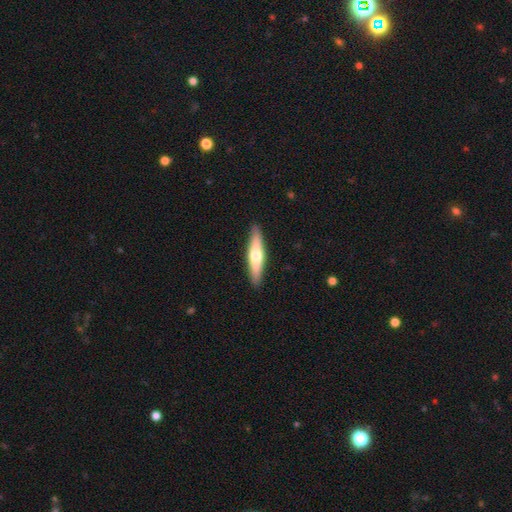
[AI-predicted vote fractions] Smooth or featured: smooth — 48% (featured or disk — 47%)
Merging: none — 90% (minor disturbance — 7%)